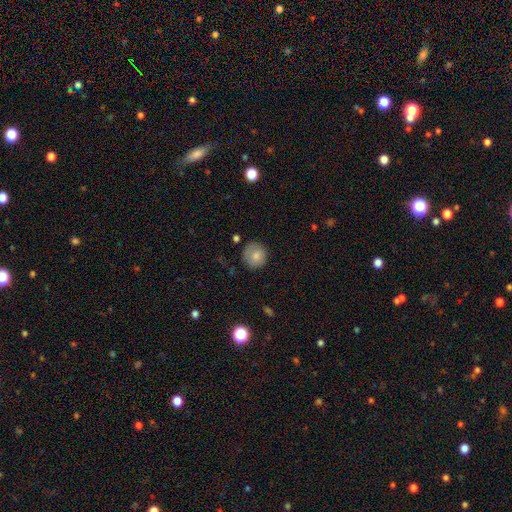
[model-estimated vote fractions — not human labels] Smooth or featured? Predicted: smooth (p=0.80). How rounded? Predicted: round (p=0.90). Merging? Predicted: none (p=0.80).